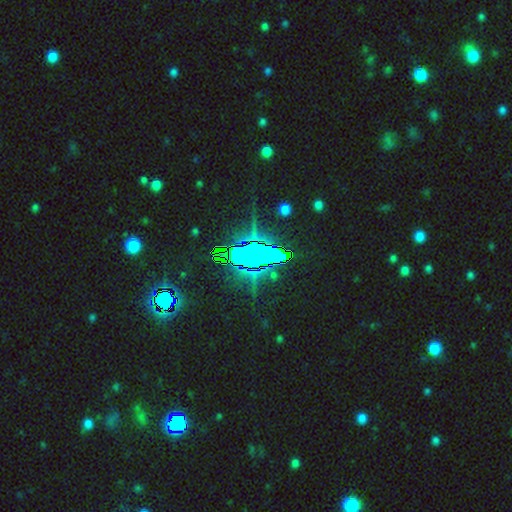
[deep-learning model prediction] Smooth or featured: star or artifact — 78% (smooth — 12%)